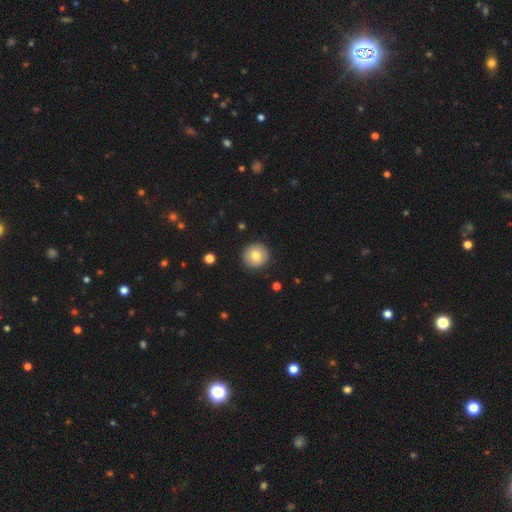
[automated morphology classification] Smooth or featured?
  - smooth: 79% *
  - featured or disk: 13%
  - star or artifact: 8%
How rounded?
  - round: 94% *
  - in between: 5%
  - cigar-shaped: 1%
Merging?
  - none: 91% *
  - minor disturbance: 6%
  - major disturbance: 2%
  - merger: 1%